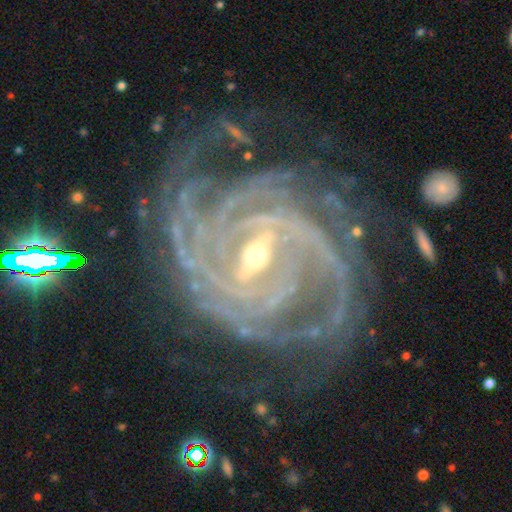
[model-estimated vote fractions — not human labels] Q: Smooth or featured?
A: featured or disk (93%); runner-up: star or artifact (5%)
Q: Edge-on disk?
A: no (97%); runner-up: yes (3%)
Q: Bar?
A: strong (53%); runner-up: weak (37%)
Q: Spiral arms?
A: yes (99%); runner-up: no (1%)
Q: Spiral winding?
A: tight (72%); runner-up: medium (25%)
Q: Spiral arm count?
A: 4 (30%); runner-up: 3 (18%)
Q: Bulge size?
A: small (57%); runner-up: moderate (40%)
Q: Merging?
A: none (71%); runner-up: minor disturbance (18%)